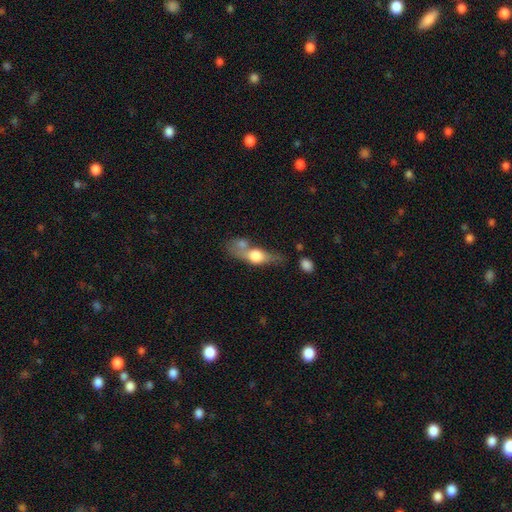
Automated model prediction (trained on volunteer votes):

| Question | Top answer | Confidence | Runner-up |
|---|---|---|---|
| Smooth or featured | smooth | 52% | featured or disk (41%) |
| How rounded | in between | 54% | cigar-shaped (32%) |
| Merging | merger | 37% | none (33%) |